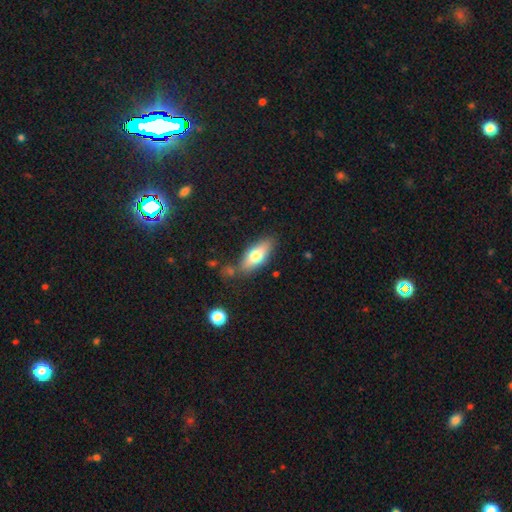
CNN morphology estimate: Smooth or featured? smooth (68%)
How rounded? in between (73%)
Merging? none (77%)